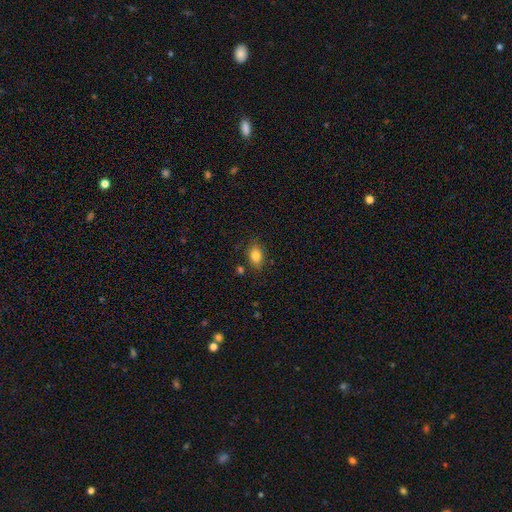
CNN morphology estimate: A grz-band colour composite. It shows a smooth galaxy with no disk features (82%) that is in between round and cigar-shaped (79%). Merging: none (80%).